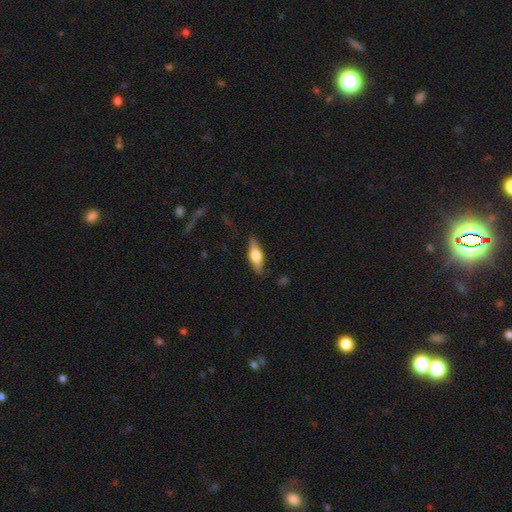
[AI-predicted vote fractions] A featured or disk galaxy (47%). Merging: none (86%).